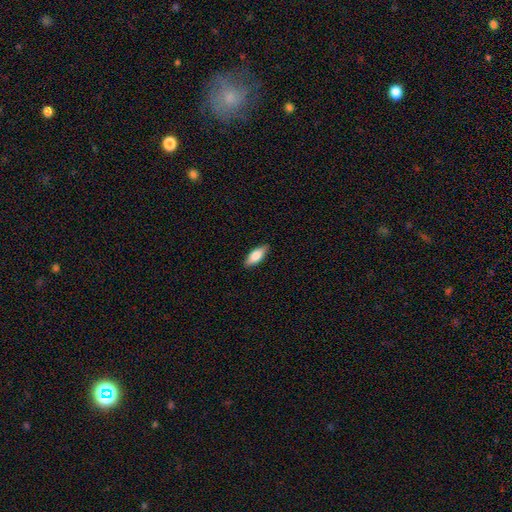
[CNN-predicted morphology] Smooth or featured? Predicted: smooth (p=0.79). How rounded? Predicted: in between (p=0.76). Merging? Predicted: none (p=0.88).